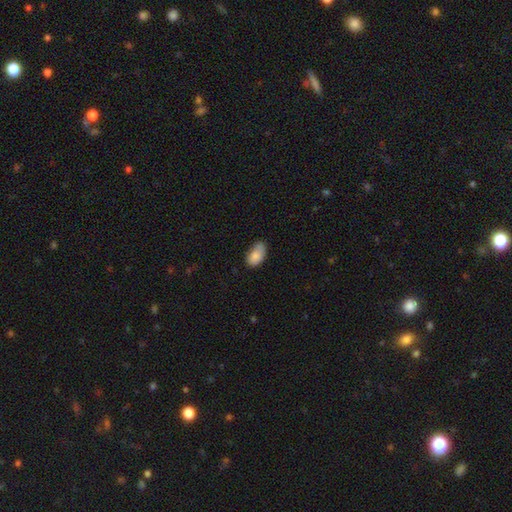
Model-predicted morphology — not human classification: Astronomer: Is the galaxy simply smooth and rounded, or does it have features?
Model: smooth — 82%.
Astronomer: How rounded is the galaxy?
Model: in between — 92%.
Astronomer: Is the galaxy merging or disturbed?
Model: none — 52% (runner-up: minor disturbance, 35%).